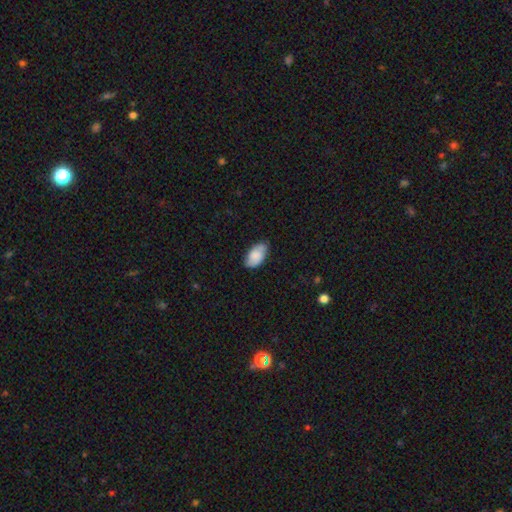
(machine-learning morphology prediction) Smooth or featured? smooth (67%)
How rounded? in between (95%)
Merging? none (77%)